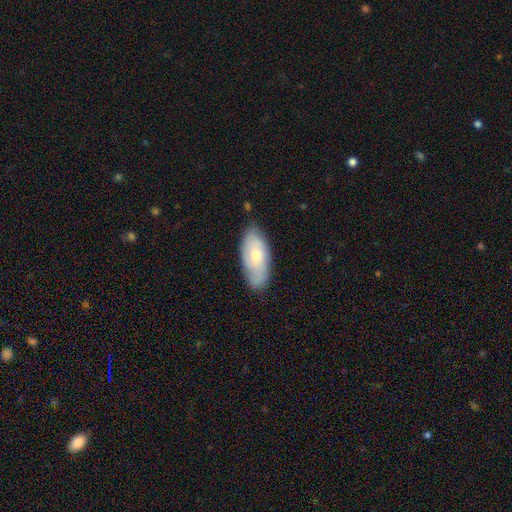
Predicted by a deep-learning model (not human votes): Smooth or featured: smooth — 60% (featured or disk — 34%)
How rounded: in between — 88% (cigar-shaped — 10%)
Merging: none — 77% (minor disturbance — 18%)